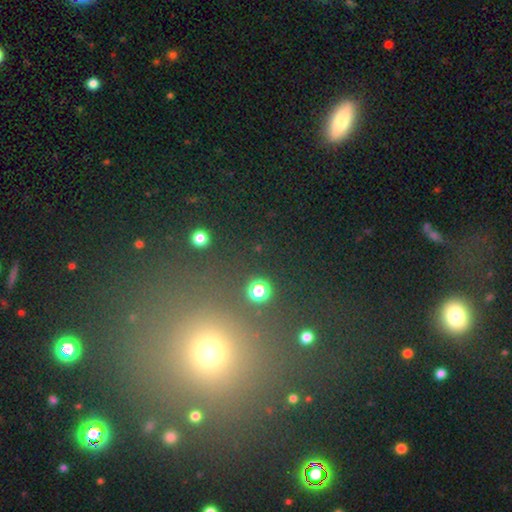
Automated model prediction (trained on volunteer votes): smooth 48%, star or artifact 42%, featured or disk 11%. Down the decision tree: merging — none (82%).